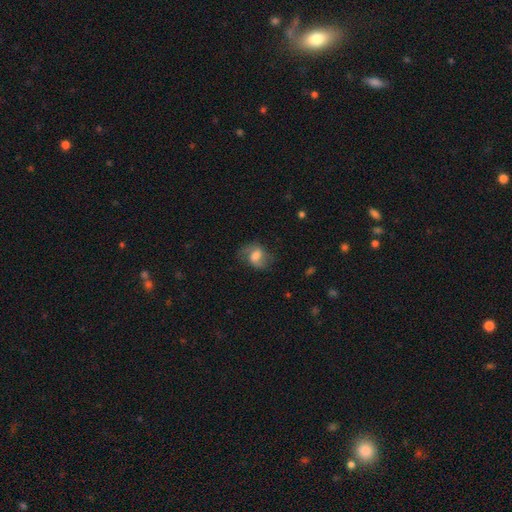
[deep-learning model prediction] smooth_or_featured: smooth (p=0.46) [alt: featured or disk p=0.45]
merging: none (p=0.57) [alt: minor disturbance p=0.25]